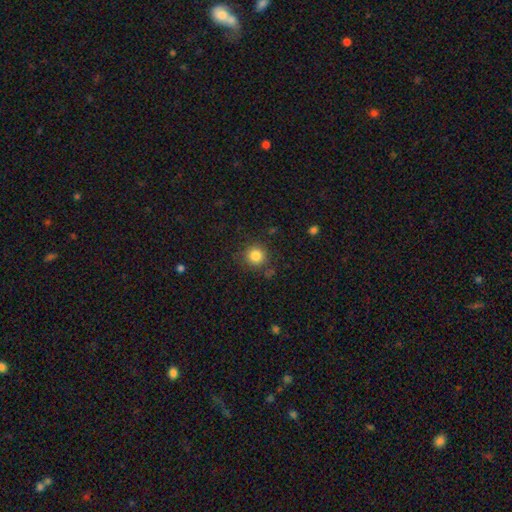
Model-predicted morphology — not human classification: type=smooth (84%); roundness=round (94%); merging=none (84%).